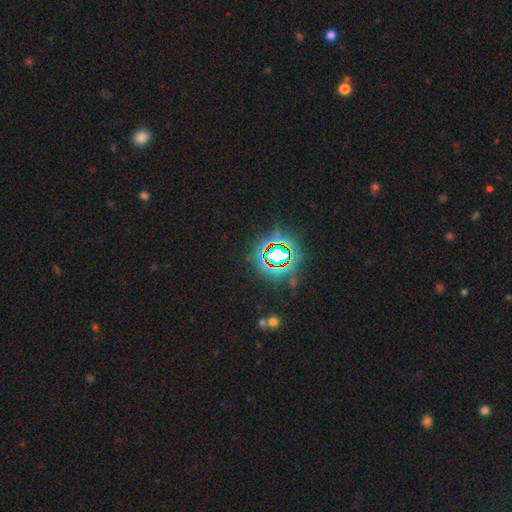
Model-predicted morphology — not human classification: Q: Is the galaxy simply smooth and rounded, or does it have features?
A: star or artifact — 78%.